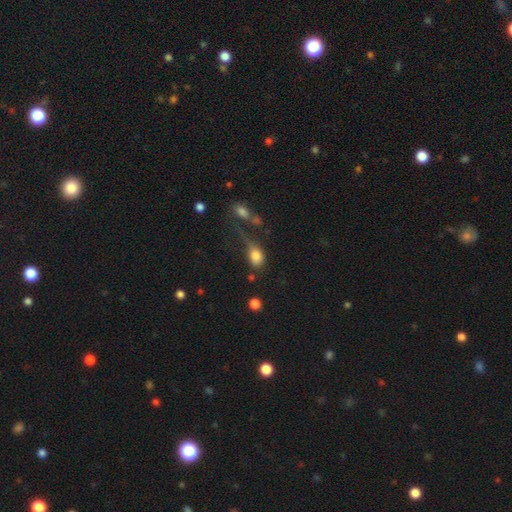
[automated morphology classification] Overall: smooth (81%). How rounded: in between (78%). Merging: none (34%; major disturbance 27%).